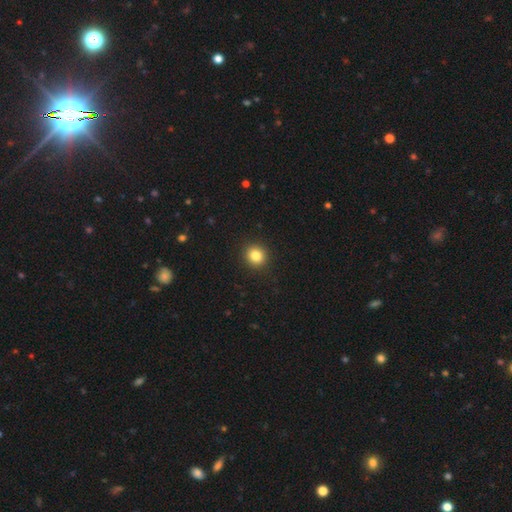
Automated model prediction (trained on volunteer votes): Smooth or featured?
  - smooth: 84% *
  - star or artifact: 11%
  - featured or disk: 5%
How rounded?
  - round: 88% *
  - in between: 11%
  - cigar-shaped: 1%
Merging?
  - none: 92% *
  - minor disturbance: 5%
  - major disturbance: 2%
  - merger: 1%